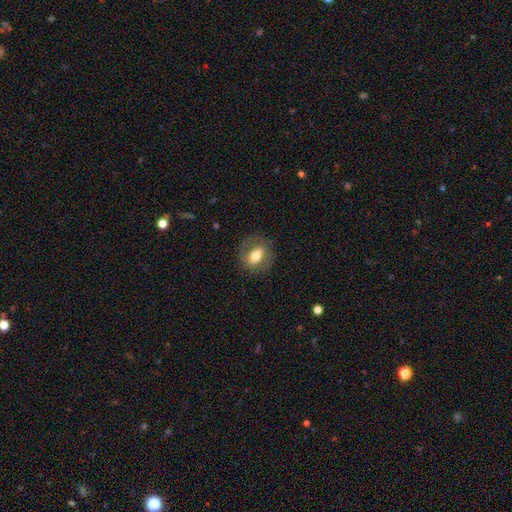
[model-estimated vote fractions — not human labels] The model was most divided on "how rounded": in between: 55%, round: 43%, cigar-shaped: 2%. More confident: merging — none (78%); smooth or featured — smooth (56%).